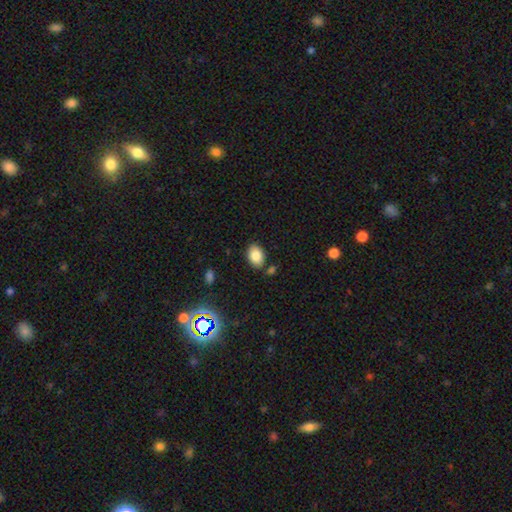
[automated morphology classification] smooth_or_featured: smooth (p=0.85) [alt: star or artifact p=0.08]
how_rounded: in between (p=0.85) [alt: round p=0.14]
merging: none (p=0.81) [alt: minor disturbance p=0.11]